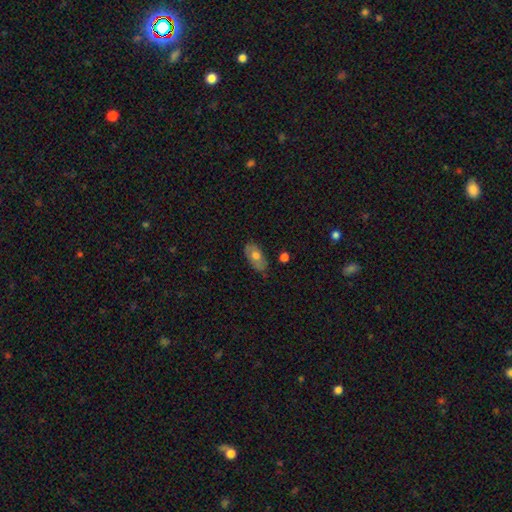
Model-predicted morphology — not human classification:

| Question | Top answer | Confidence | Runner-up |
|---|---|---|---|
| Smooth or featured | smooth | 67% | featured or disk (26%) |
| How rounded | in between | 90% | round (5%) |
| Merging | none | 73% | minor disturbance (20%) |